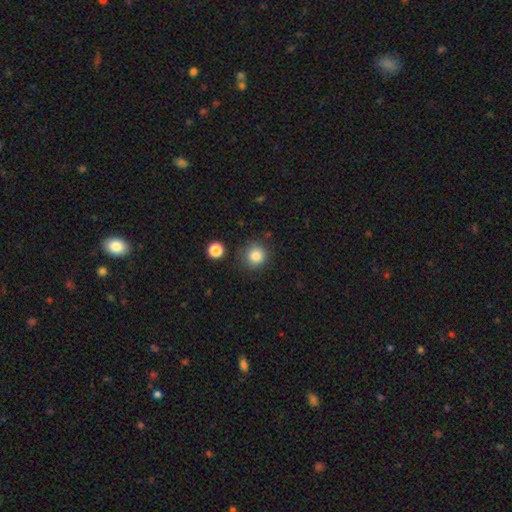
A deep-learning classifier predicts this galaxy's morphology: smooth-or-featured: smooth: 85% | star or artifact: 11% | featured or disk: 5%
  how-rounded: round: 93% | in between: 6% | cigar-shaped: 1%
  merging: none: 84% | minor disturbance: 9% | major disturbance: 3% | merger: 3%